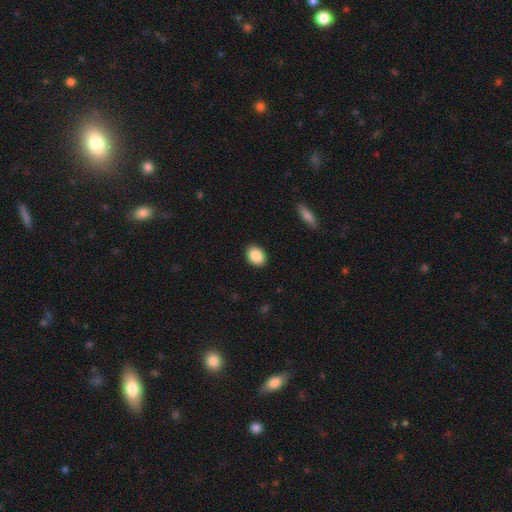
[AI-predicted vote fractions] smooth 88%, star or artifact 7%, featured or disk 5%. Down the decision tree: how rounded — in between (71%); merging — none (90%).